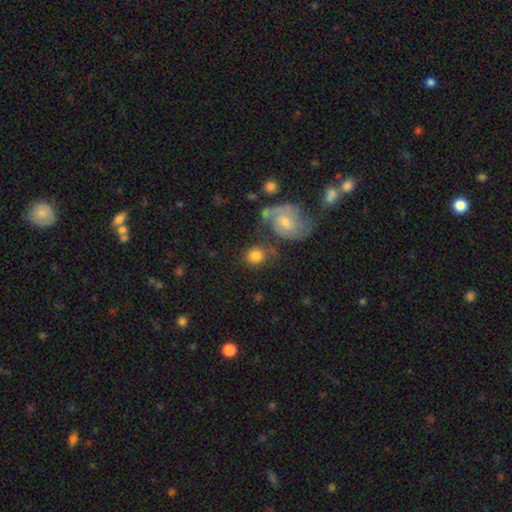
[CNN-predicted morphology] Smooth or featured? smooth (72%)
How rounded? round (70%)
Merging? none (56%)